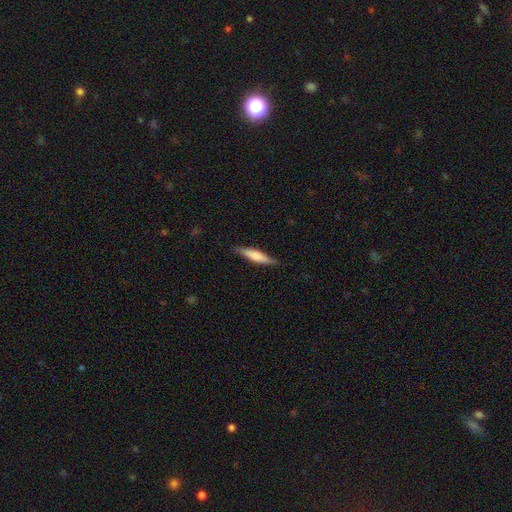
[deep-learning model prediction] A smooth galaxy with no disk features (60%) that is cigar-shaped (83%). Merging: none (87%).